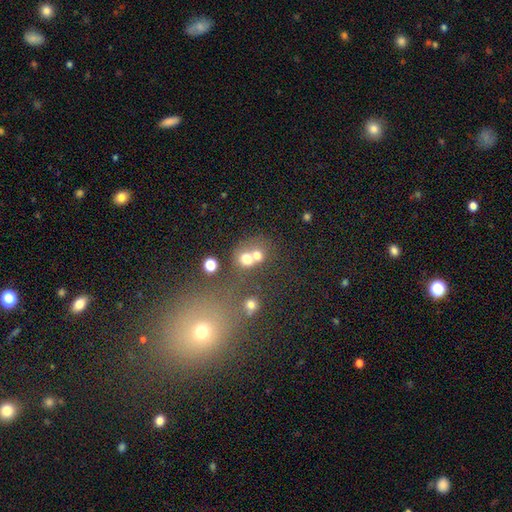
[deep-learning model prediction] Smooth or featured? smooth (62%)
How rounded? round (74%)
Merging? merger (45%)